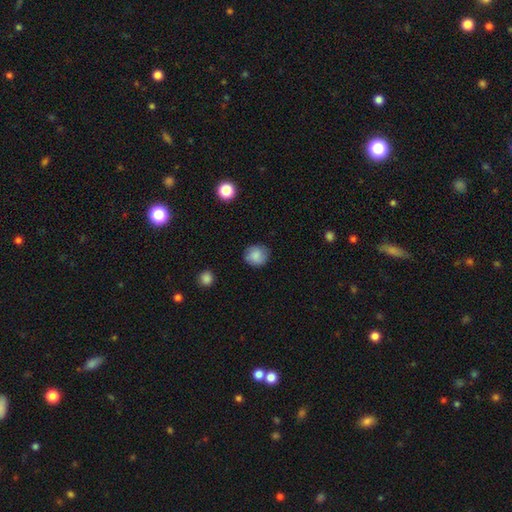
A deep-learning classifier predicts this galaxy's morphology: smooth 84%, star or artifact 8%, featured or disk 8%. Down the decision tree: how rounded — round (86%); merging — none (82%).